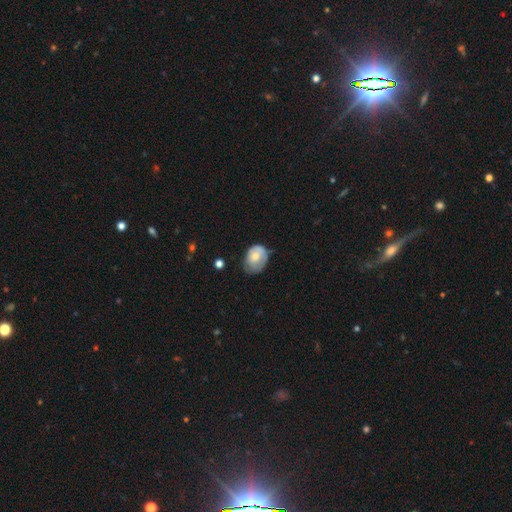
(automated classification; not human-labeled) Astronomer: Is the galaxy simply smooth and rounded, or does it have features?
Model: smooth — 60%.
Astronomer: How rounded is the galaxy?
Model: in between — 65%.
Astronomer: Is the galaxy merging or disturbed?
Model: none — 46% (runner-up: minor disturbance, 38%).